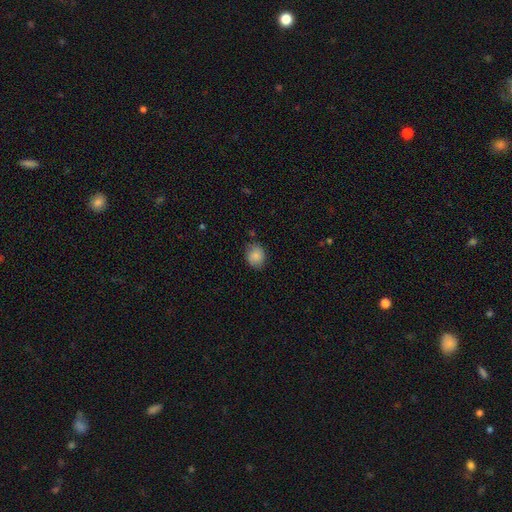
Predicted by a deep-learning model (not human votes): This appears to be a smooth galaxy with no disk features (86%) that is round (61%). Merging: none (77%).